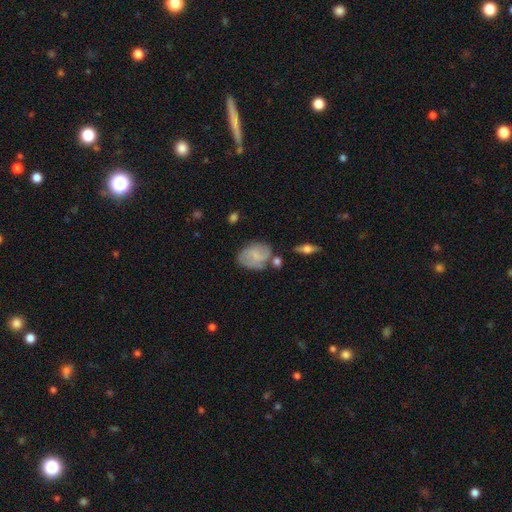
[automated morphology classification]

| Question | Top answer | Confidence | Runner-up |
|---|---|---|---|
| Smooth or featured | smooth | 52% | featured or disk (41%) |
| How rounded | in between | 70% | round (28%) |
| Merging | none | 55% | minor disturbance (25%) |